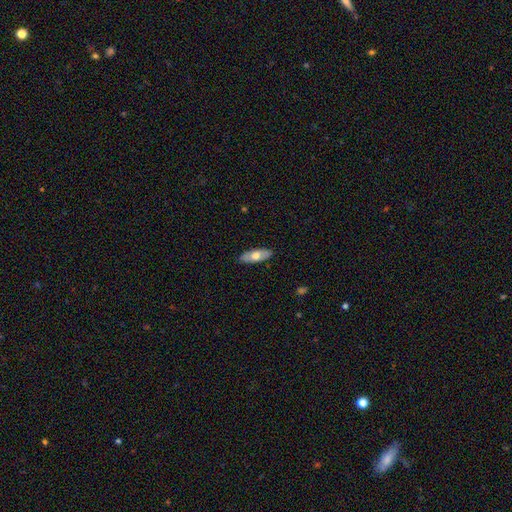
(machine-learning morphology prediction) Smooth or featured: smooth — 58% (featured or disk — 36%)
How rounded: in between — 77% (cigar-shaped — 20%)
Merging: none — 88% (minor disturbance — 9%)